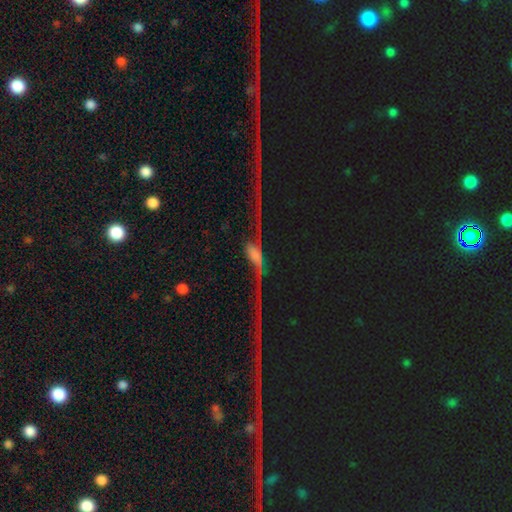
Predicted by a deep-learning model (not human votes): This appears to be a featured or disk galaxy (54%) viewed edge-on (51%). Merging: major disturbance (38%).